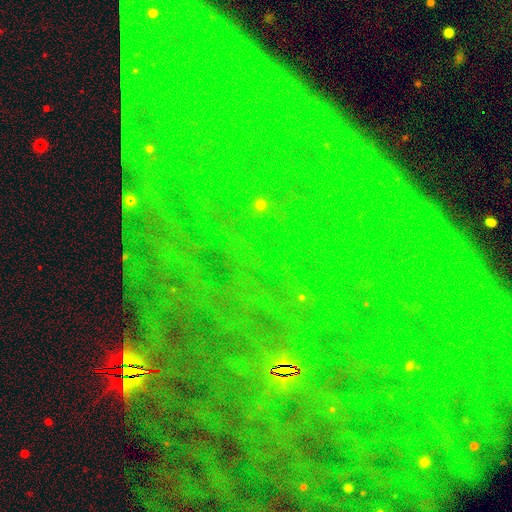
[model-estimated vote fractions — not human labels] The model was most divided on "smooth or featured": star or artifact: 85%, smooth: 8%, featured or disk: 7%.